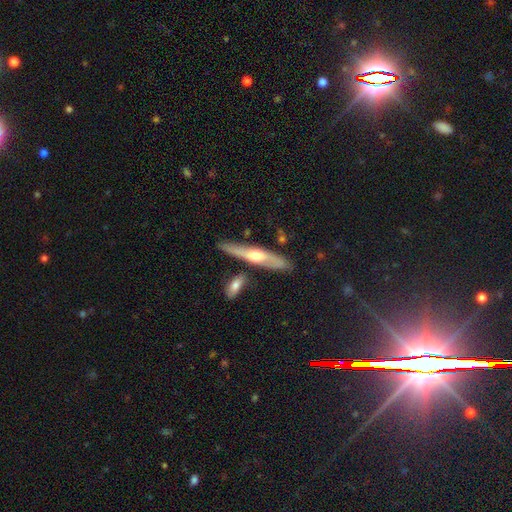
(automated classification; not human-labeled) Smooth or featured? featured or disk (59%)
Edge-on disk? yes (81%)
Merging? none (74%)